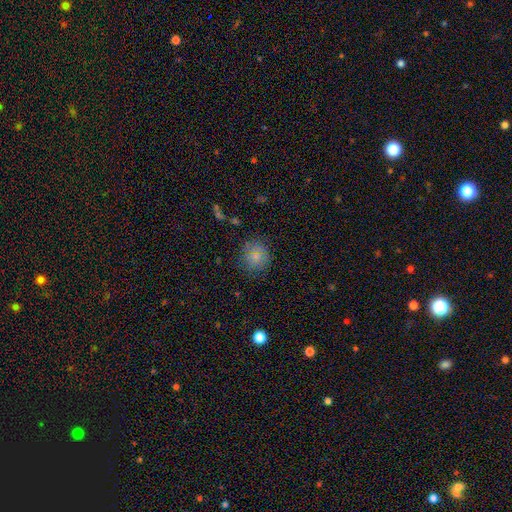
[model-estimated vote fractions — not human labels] Smooth or featured: smooth — 80% (star or artifact — 12%)
How rounded: round — 88% (in between — 11%)
Merging: none — 79% (minor disturbance — 14%)